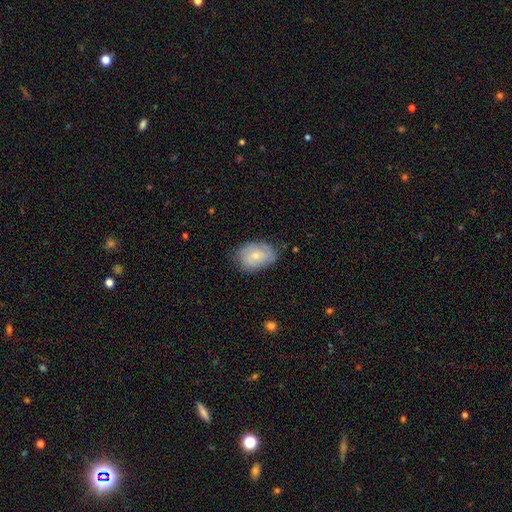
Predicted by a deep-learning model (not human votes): smooth-or-featured: smooth: 53% | featured or disk: 40% | star or artifact: 7%
  how-rounded: in between: 72% | round: 27% | cigar-shaped: 1%
  merging: none: 69% | minor disturbance: 23% | major disturbance: 6% | merger: 1%